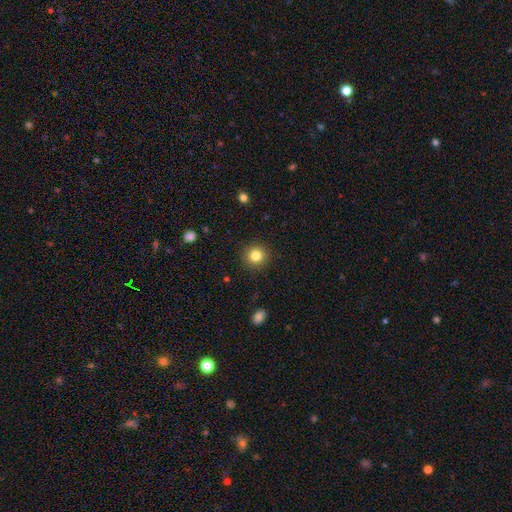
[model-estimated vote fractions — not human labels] The model was most divided on "smooth or featured": smooth: 82%, star or artifact: 11%, featured or disk: 7%. More confident: how rounded — round (94%); merging — none (91%).